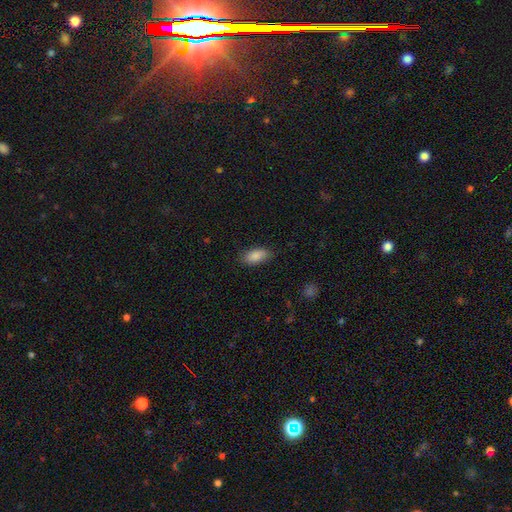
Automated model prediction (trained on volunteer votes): The model was most divided on "merging": none: 82%, minor disturbance: 14%, major disturbance: 3%, merger: 1%. More confident: how rounded — in between (89%); smooth or featured — smooth (88%).